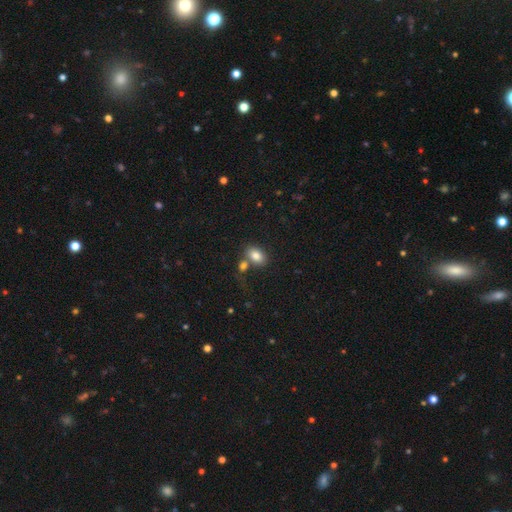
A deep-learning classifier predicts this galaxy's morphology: A smooth galaxy with no disk features (84%) that is in between round and cigar-shaped (84%). Merging: none (56%).